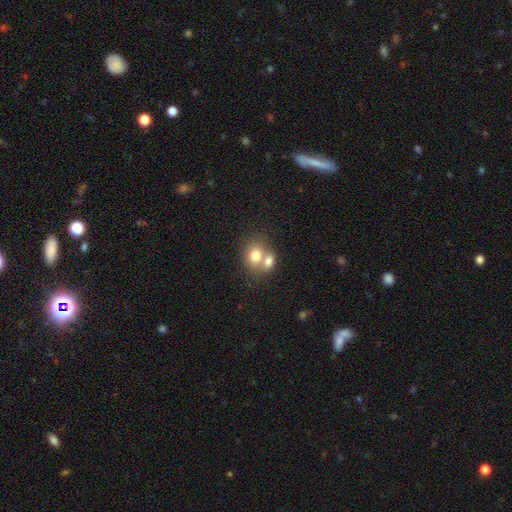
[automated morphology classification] Smooth or featured? smooth (75%)
How rounded? round (50%)
Merging? merger (61%)